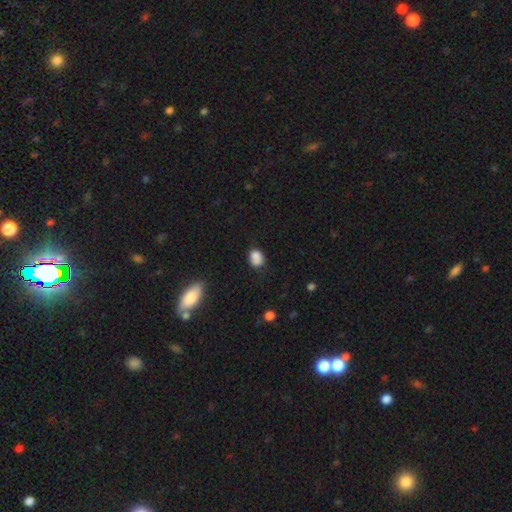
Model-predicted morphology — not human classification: smooth-or-featured: smooth: 81% | star or artifact: 11% | featured or disk: 8%
  how-rounded: in between: 56% | round: 43% | cigar-shaped: 1%
  merging: none: 53% | minor disturbance: 25% | merger: 14% | major disturbance: 7%